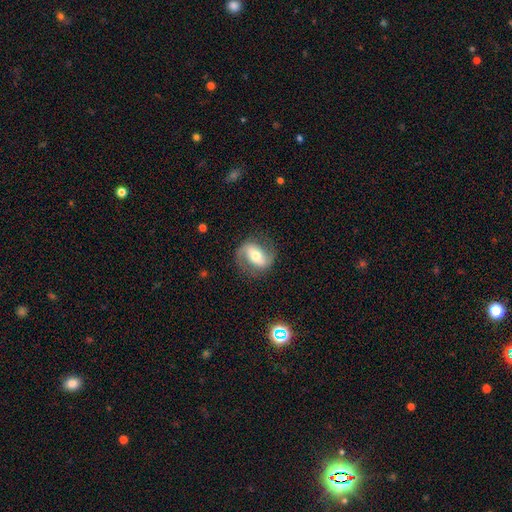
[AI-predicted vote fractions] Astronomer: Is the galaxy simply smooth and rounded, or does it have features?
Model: featured or disk — 71%.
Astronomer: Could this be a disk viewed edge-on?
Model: no — 94%.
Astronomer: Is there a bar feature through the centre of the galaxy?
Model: strong — 47% (runner-up: weak, 30%).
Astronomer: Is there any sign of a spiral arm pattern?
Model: yes — 84%.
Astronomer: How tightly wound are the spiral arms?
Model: medium — 44% (runner-up: loose, 36%).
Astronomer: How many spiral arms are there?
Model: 2 — 87%.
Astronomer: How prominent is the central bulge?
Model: moderate — 65%.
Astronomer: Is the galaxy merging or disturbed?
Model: none — 77%.